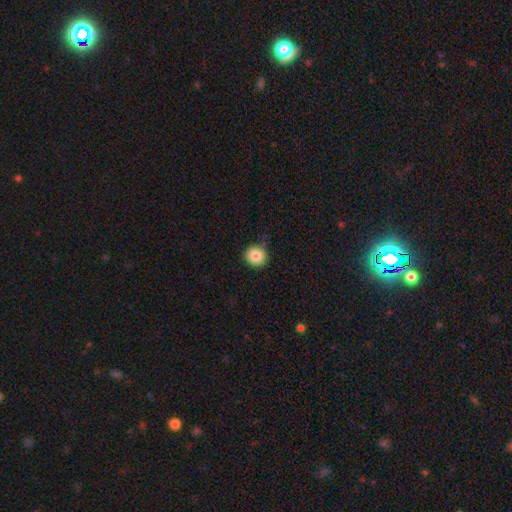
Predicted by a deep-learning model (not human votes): The model was most divided on "smooth or featured": smooth: 84%, star or artifact: 10%, featured or disk: 7%. More confident: how rounded — round (93%); merging — none (86%).